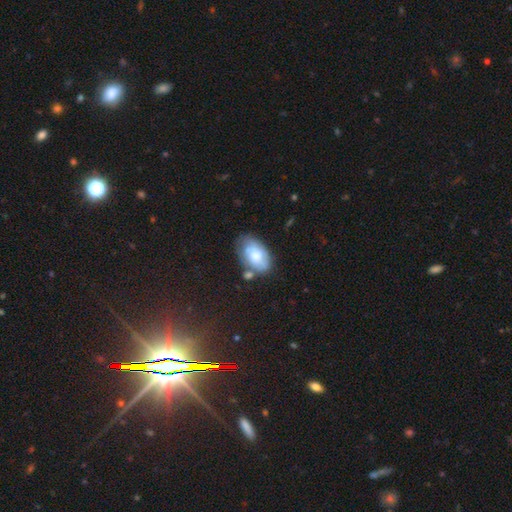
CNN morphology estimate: Smooth or featured?
  - smooth: 61% *
  - featured or disk: 31%
  - star or artifact: 8%
How rounded?
  - in between: 92% *
  - round: 7%
  - cigar-shaped: 1%
Merging?
  - none: 56% *
  - minor disturbance: 26%
  - merger: 10%
  - major disturbance: 9%